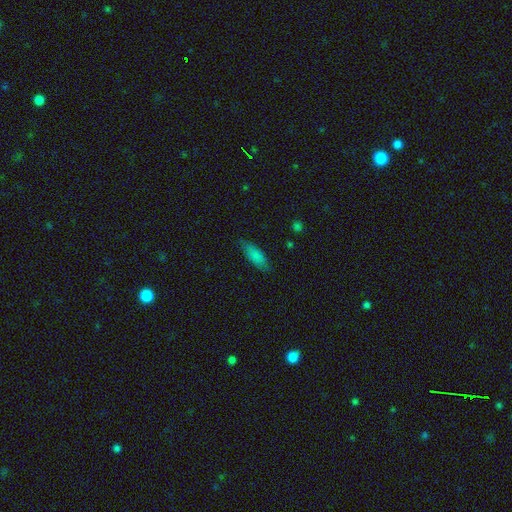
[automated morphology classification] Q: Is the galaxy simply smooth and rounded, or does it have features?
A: smooth — 81%.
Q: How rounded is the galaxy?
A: in between — 69%.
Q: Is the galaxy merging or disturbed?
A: none — 77%.